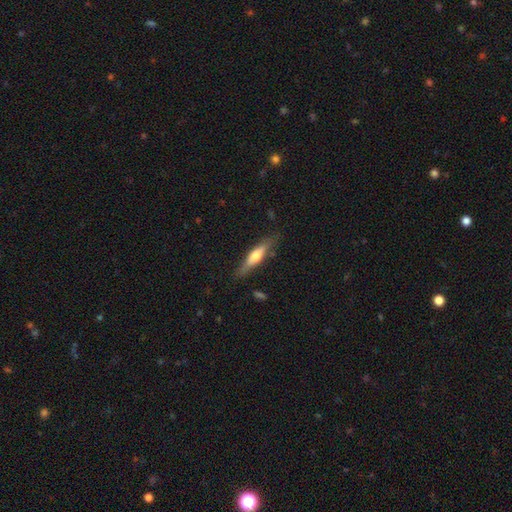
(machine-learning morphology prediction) type=smooth (50%); merging=none (76%).